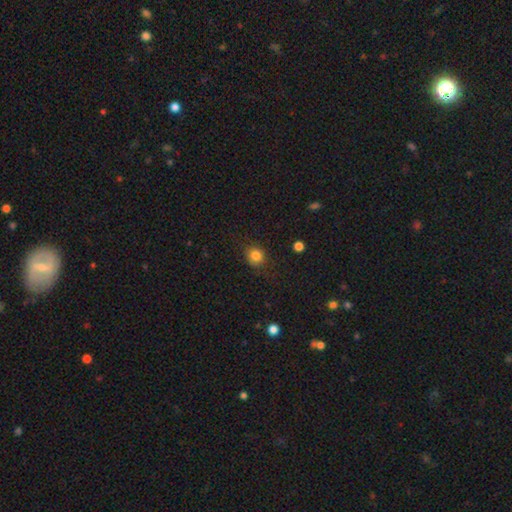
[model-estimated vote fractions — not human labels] Smooth or featured?
  - smooth: 84% *
  - star or artifact: 11%
  - featured or disk: 5%
How rounded?
  - round: 85% *
  - in between: 14%
  - cigar-shaped: 1%
Merging?
  - none: 84% *
  - minor disturbance: 12%
  - major disturbance: 3%
  - merger: 1%